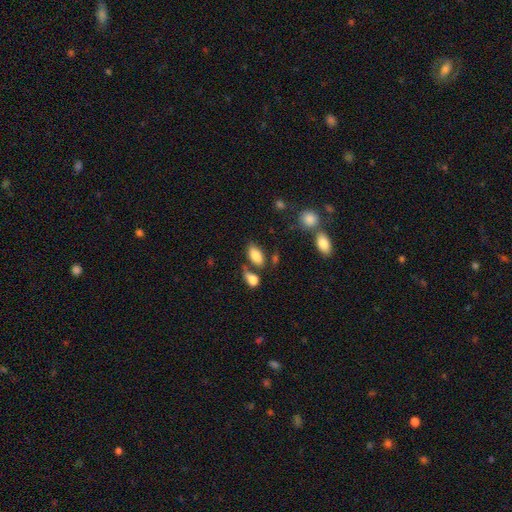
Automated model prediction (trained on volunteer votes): smooth-or-featured: smooth: 83% | featured or disk: 9% | star or artifact: 8%
  how-rounded: in between: 92% | round: 5% | cigar-shaped: 4%
  merging: none: 64% | merger: 17% | minor disturbance: 14% | major disturbance: 6%